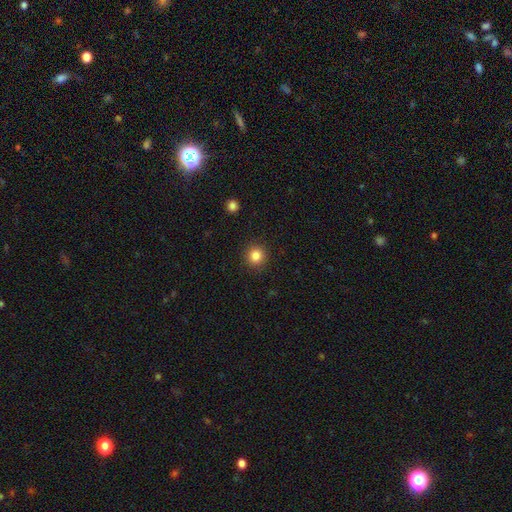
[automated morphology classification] smooth-or-featured: smooth: 84% | star or artifact: 11% | featured or disk: 5%
  how-rounded: round: 93% | in between: 6% | cigar-shaped: 1%
  merging: none: 91% | minor disturbance: 6% | major disturbance: 2% | merger: 1%